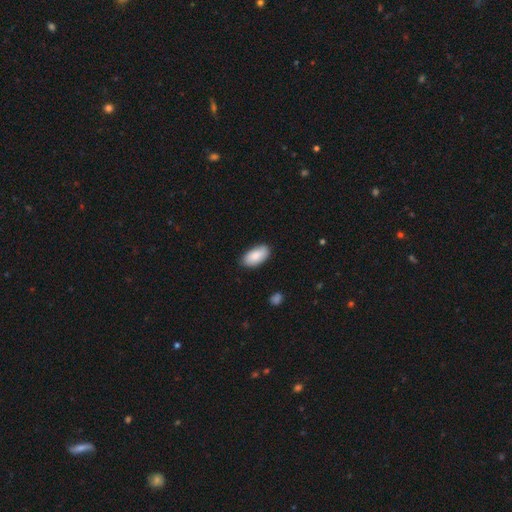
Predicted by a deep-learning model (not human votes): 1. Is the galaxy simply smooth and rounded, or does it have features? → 84% smooth, 10% featured or disk, 6% star or artifact.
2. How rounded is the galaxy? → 94% in between, 3% cigar-shaped, 2% round.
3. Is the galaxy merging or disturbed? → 81% none, 15% minor disturbance, 2% major disturbance, 1% merger.